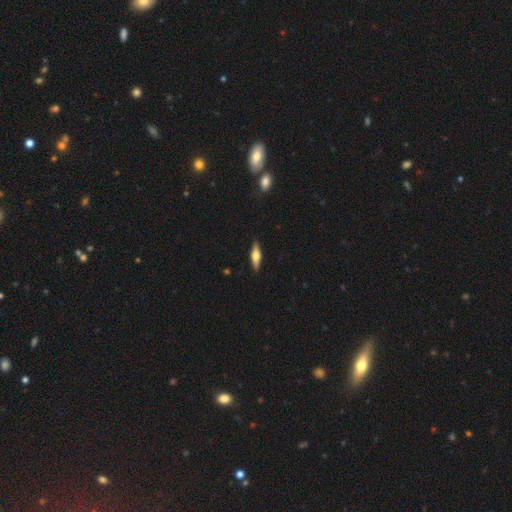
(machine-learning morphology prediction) A featured or disk galaxy (48%).

Vote fractions:
- Smooth or featured? featured or disk: 48% / smooth: 46% / star or artifact: 6%
- Merging? none: 89% / minor disturbance: 8% / major disturbance: 2% / merger: 1%